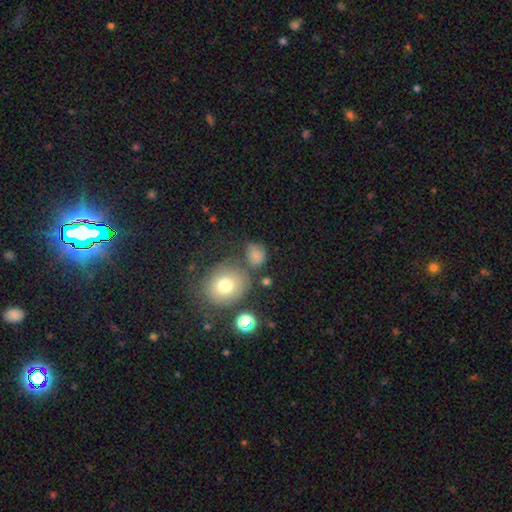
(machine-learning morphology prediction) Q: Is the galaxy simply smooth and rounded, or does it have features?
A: smooth — 73%.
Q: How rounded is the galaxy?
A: round — 68%.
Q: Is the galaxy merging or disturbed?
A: none — 56%.